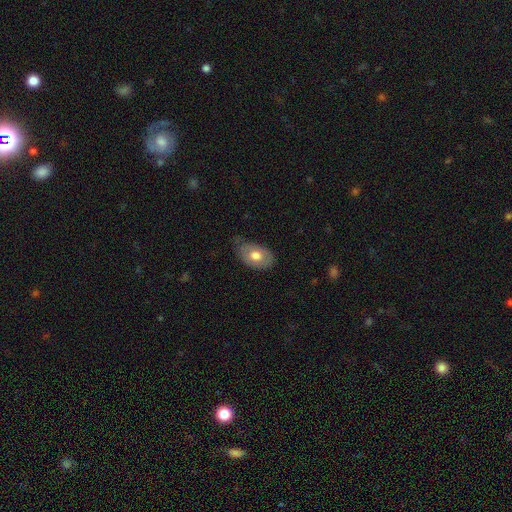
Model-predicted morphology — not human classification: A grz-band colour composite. It shows a smooth galaxy with no disk features (68%) that is in between round and cigar-shaped (88%). Merging: none (61%).